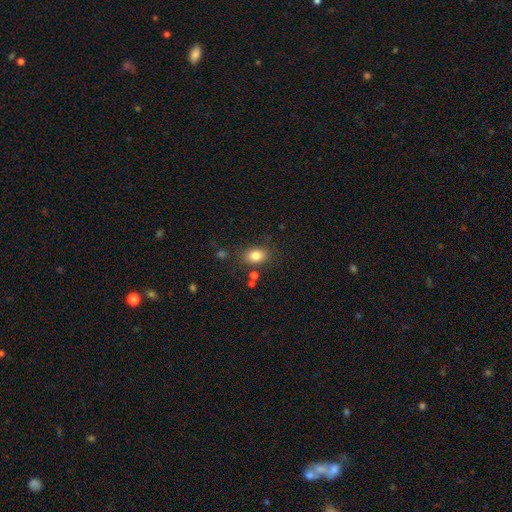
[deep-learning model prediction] This is clearly a smooth galaxy (82%). How rounded: likely in between (71%). Merging: likely none (79%).